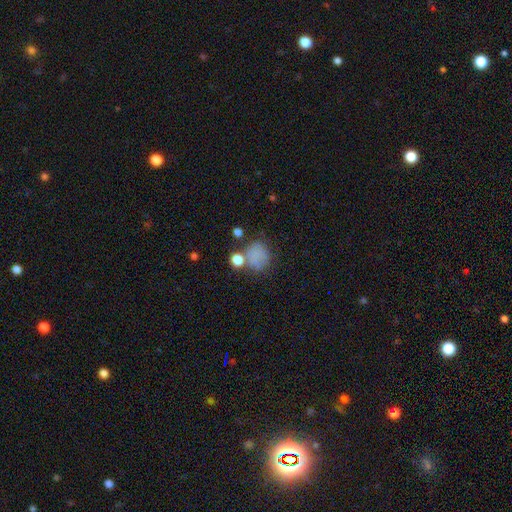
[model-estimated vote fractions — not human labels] This appears to be a smooth galaxy with no disk features (74%) that is round (74%). Merging: none (53%).